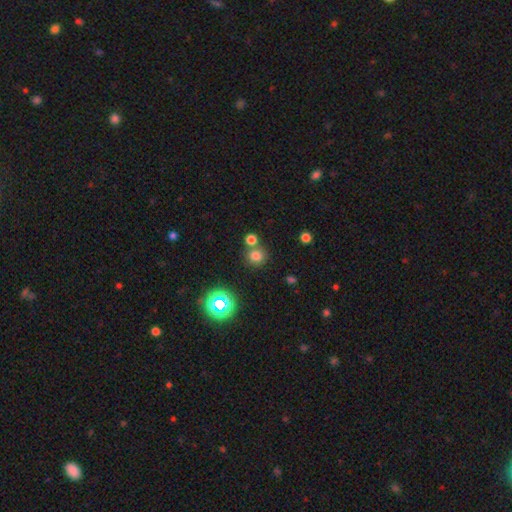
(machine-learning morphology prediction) A smooth galaxy with no disk features (71%) that is round (89%).

Vote fractions:
- Smooth or featured? smooth: 71% / star or artifact: 22% / featured or disk: 7%
- How rounded? round: 89% / in between: 10% / cigar-shaped: 1%
- Merging? none: 68% / merger: 22% / minor disturbance: 7% / major disturbance: 3%